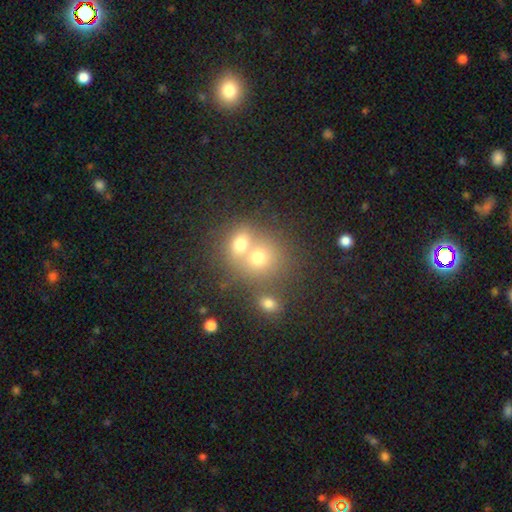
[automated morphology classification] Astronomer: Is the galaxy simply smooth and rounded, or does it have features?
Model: smooth — 66%.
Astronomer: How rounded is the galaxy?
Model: round — 71%.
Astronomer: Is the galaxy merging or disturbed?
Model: merger — 64%.